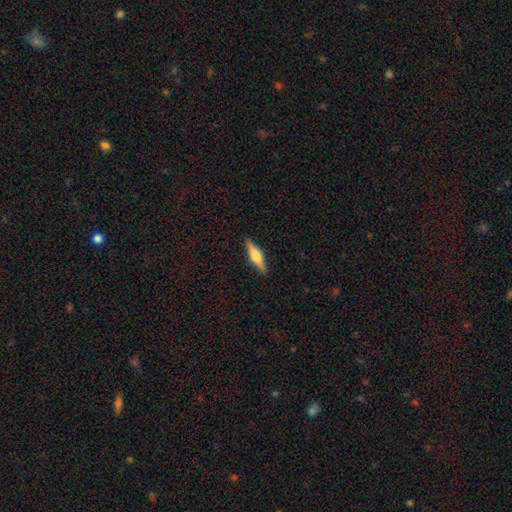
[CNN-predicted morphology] Smooth or featured? Predicted: featured or disk (p=0.59). Edge-on disk? Predicted: yes (p=0.97). Edge-on bulge? Predicted: rounded (p=0.89). Merging? Predicted: none (p=0.91).